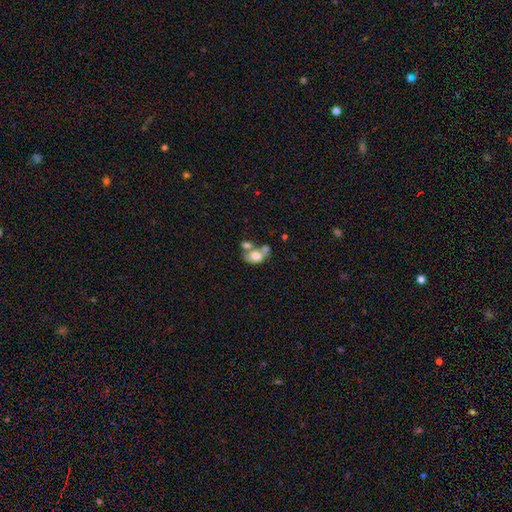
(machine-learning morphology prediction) Q: Smooth or featured?
A: smooth (63%); runner-up: featured or disk (28%)
Q: How rounded?
A: in between (77%); runner-up: round (22%)
Q: Merging?
A: merger (53%); runner-up: none (23%)